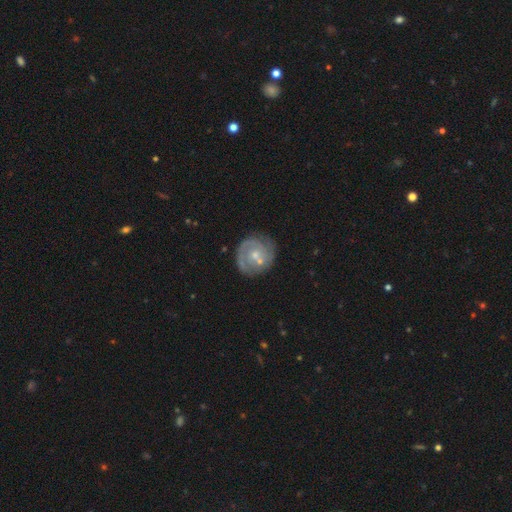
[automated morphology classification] Smooth or featured?
  - featured or disk: 76% *
  - smooth: 19%
  - star or artifact: 5%
Edge-on disk?
  - no: 98% *
  - yes: 2%
Bar?
  - no: 62% *
  - weak: 32%
  - strong: 6%
Spiral arms?
  - yes: 86% *
  - no: 14%
Spiral winding?
  - tight: 62% *
  - medium: 29%
  - loose: 9%
Spiral arm count?
  - 2: 45% *
  - can't tell: 25%
  - 3: 14%
  - 1: 10%
  - 4: 3%
  - more than 4: 3%
Bulge size?
  - small: 57% *
  - moderate: 35%
  - none: 5%
  - large: 2%
  - dominant: 1%
Merging?
  - none: 64% *
  - minor disturbance: 16%
  - merger: 12%
  - major disturbance: 7%